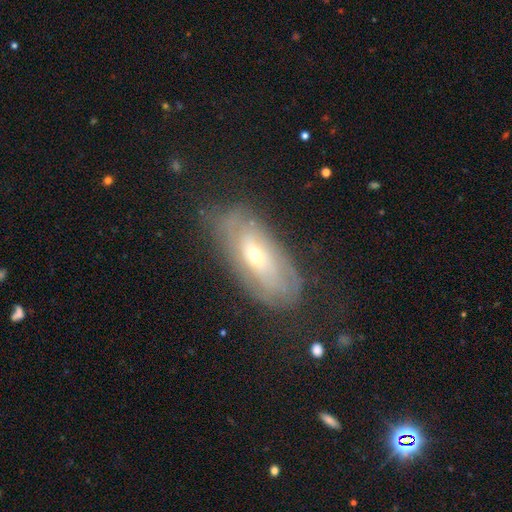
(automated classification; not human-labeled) featured or disk 58%, smooth 34%, star or artifact 8%. Down the decision tree: edge-on disk — no (81%); merging — none (66%).